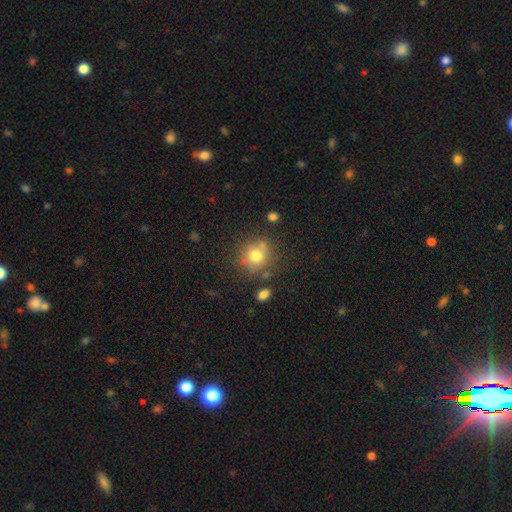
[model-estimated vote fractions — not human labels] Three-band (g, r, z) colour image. It shows a smooth galaxy with no disk features (75%) that is round (86%). Merging: none (72%).